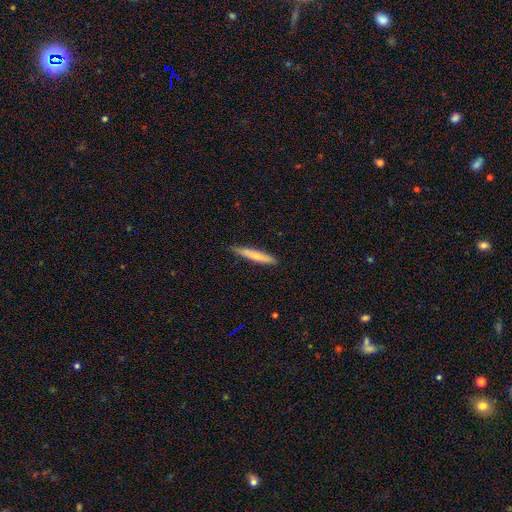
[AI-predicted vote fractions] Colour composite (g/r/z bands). It shows a smooth galaxy with no disk features (68%) that is cigar-shaped (94%). Merging: none (85%).